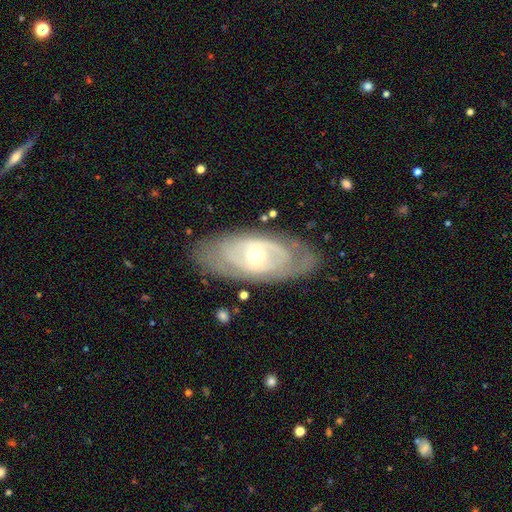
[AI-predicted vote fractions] smooth-or-featured: featured or disk: 78% | smooth: 17% | star or artifact: 5%
  disk-edge-on: no: 90% | yes: 10%
    bar: no: 70% | weak: 22% | strong: 8%
    has-spiral-arms: yes: 68% | no: 32%
    bulge-size: small: 54% | moderate: 43% | large: 2% | none: 1% | dominant: 1%
  merging: none: 78% | minor disturbance: 15% | major disturbance: 6% | merger: 1%